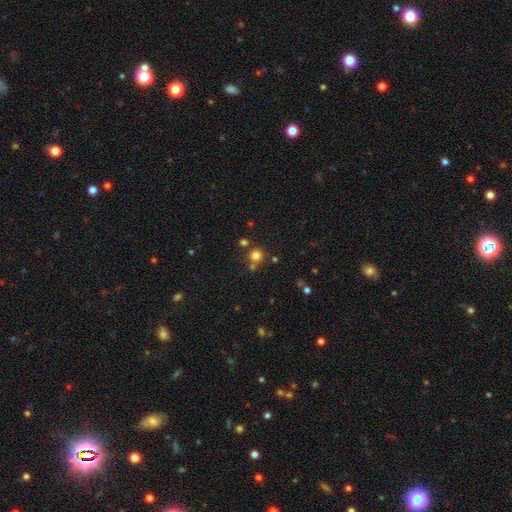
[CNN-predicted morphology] A smooth galaxy with no disk features (77%) that is round (92%). Merging: none (71%).